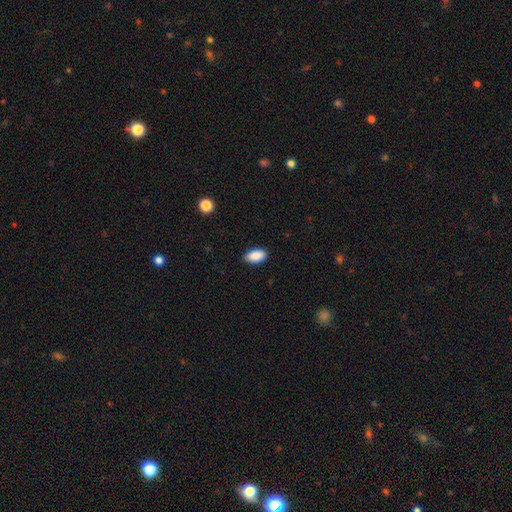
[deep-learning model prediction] Q: Smooth or featured?
A: smooth (90%); runner-up: star or artifact (7%)
Q: How rounded?
A: in between (95%); runner-up: round (3%)
Q: Merging?
A: none (86%); runner-up: minor disturbance (11%)